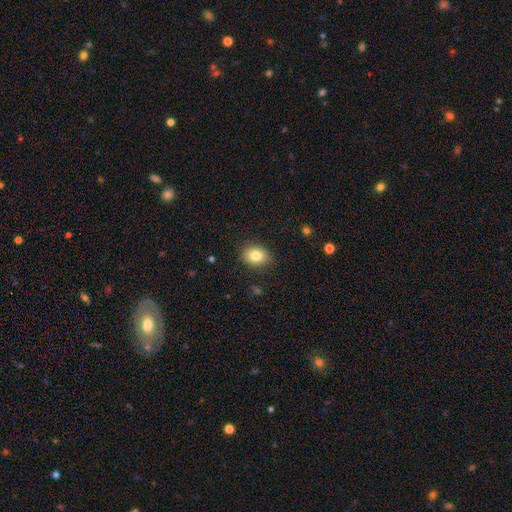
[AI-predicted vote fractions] Q: Smooth or featured?
A: smooth (82%); runner-up: star or artifact (9%)
Q: How rounded?
A: in between (58%); runner-up: round (41%)
Q: Merging?
A: none (88%); runner-up: minor disturbance (9%)